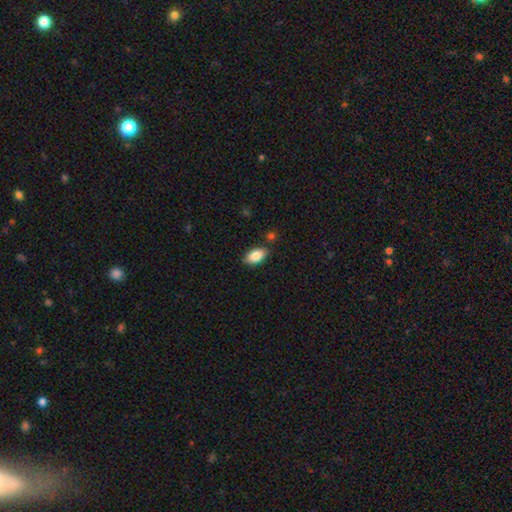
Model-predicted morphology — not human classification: smooth-or-featured: smooth: 84% | featured or disk: 8% | star or artifact: 7%
  how-rounded: in between: 91% | cigar-shaped: 5% | round: 4%
  merging: none: 82% | minor disturbance: 12% | merger: 4% | major disturbance: 2%